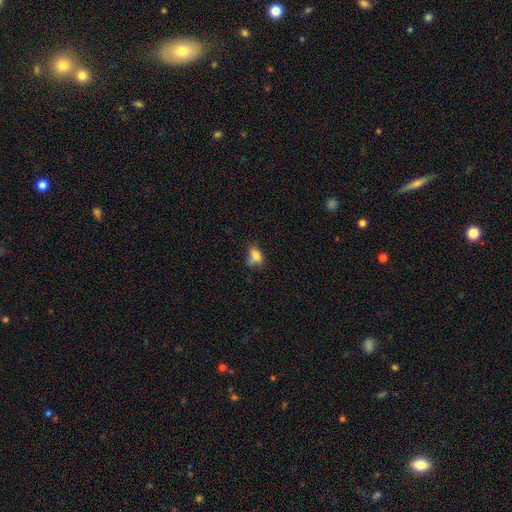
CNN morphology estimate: Overall: smooth (77%). How rounded: in between (76%). Merging: none (39%; minor disturbance 34%).